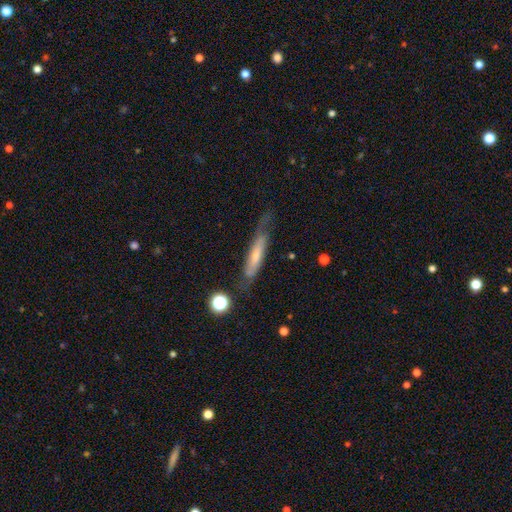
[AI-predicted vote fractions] Smooth or featured: featured or disk — 46% (tied with smooth — 46%)
Merging: none — 59% (minor disturbance — 25%)